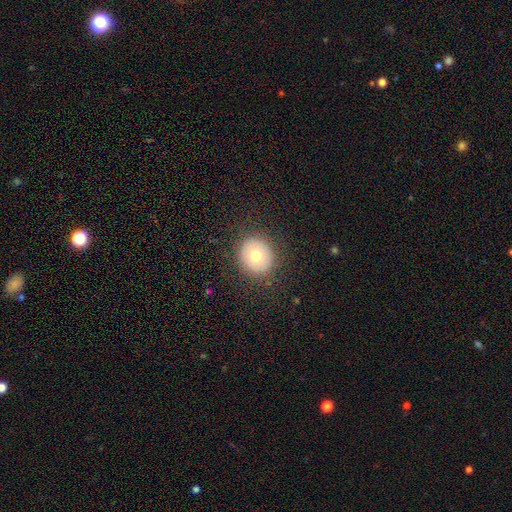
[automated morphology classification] A smooth galaxy with no disk features (70%) that is round (88%). Merging: none (88%).